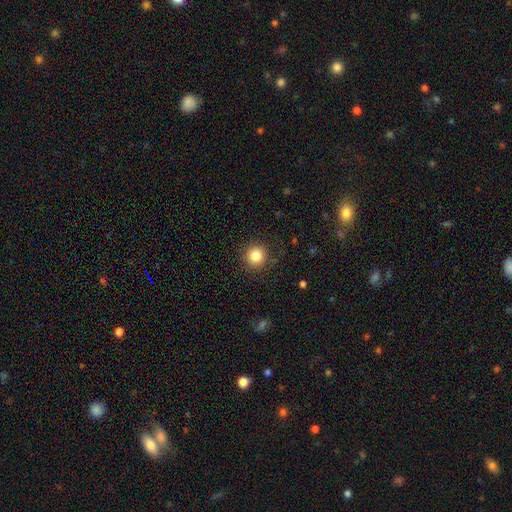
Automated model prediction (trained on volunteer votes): A smooth galaxy with no disk features (83%) that is round (94%).

Vote fractions:
- Smooth or featured? smooth: 83% / star or artifact: 11% / featured or disk: 6%
- How rounded? round: 94% / in between: 5% / cigar-shaped: 1%
- Merging? none: 88% / minor disturbance: 8% / major disturbance: 3% / merger: 1%